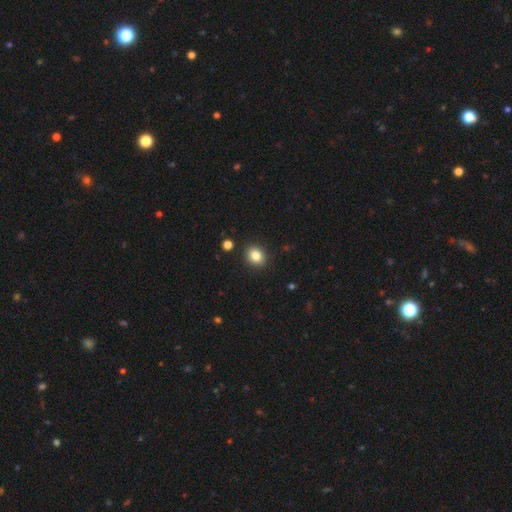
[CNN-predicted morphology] A smooth galaxy with no disk features (83%) that is round (55%).

Vote fractions:
- Smooth or featured? smooth: 83% / star or artifact: 10% / featured or disk: 6%
- How rounded? round: 55% / in between: 44% / cigar-shaped: 1%
- Merging? none: 89% / minor disturbance: 7% / major disturbance: 2% / merger: 2%